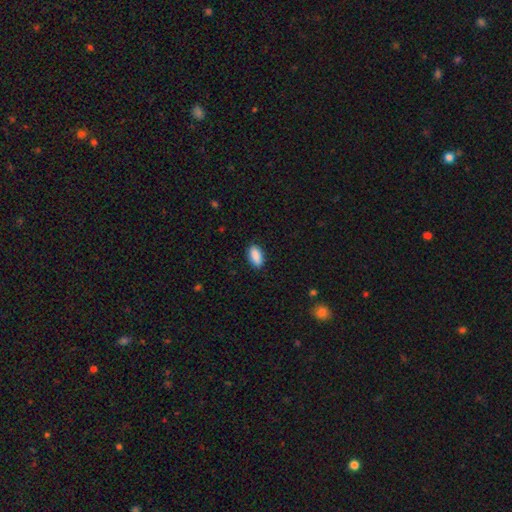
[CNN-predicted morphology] smooth 89%, star or artifact 7%, featured or disk 4%. Down the decision tree: how rounded — in between (91%); merging — none (87%).